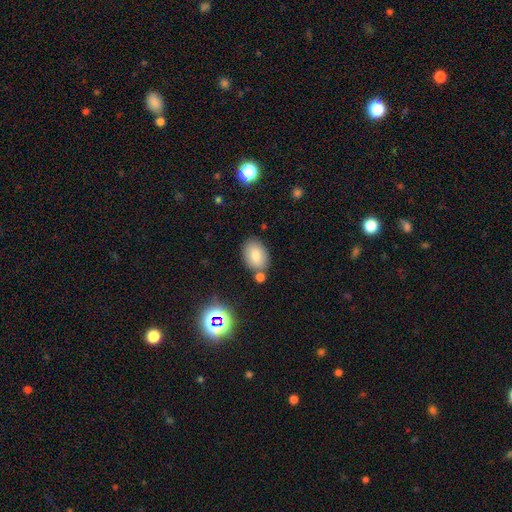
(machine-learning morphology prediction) This is likely a smooth galaxy (78%). How rounded: clearly in between (82%). Merging: likely none (76%).